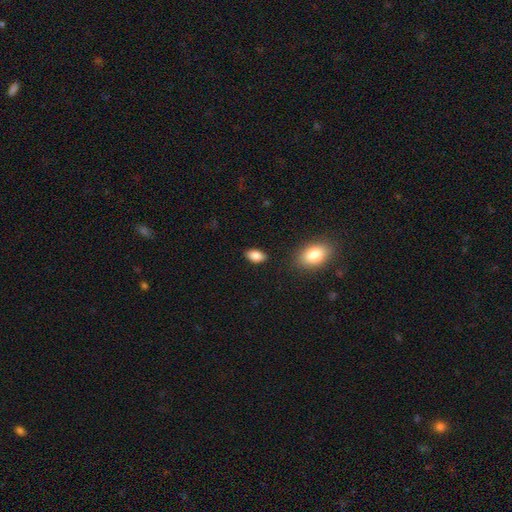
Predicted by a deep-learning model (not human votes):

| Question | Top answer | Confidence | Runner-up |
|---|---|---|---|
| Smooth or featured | smooth | 88% | star or artifact (8%) |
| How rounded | in between | 91% | round (7%) |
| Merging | none | 86% | minor disturbance (10%) |